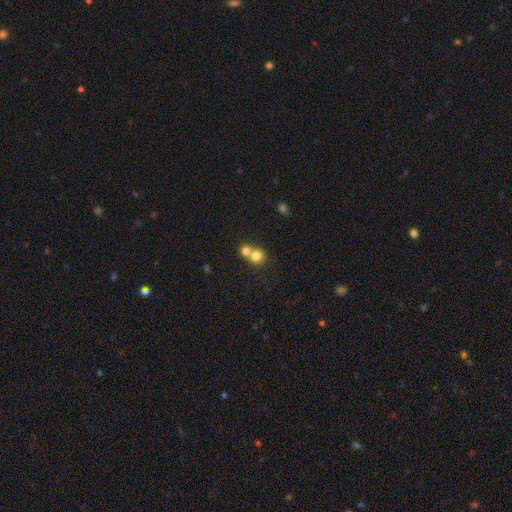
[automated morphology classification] smooth-or-featured: smooth: 79% | featured or disk: 11% | star or artifact: 11%
  how-rounded: round: 85% | in between: 14% | cigar-shaped: 1%
  merging: merger: 54% | none: 39% | minor disturbance: 5% | major disturbance: 2%